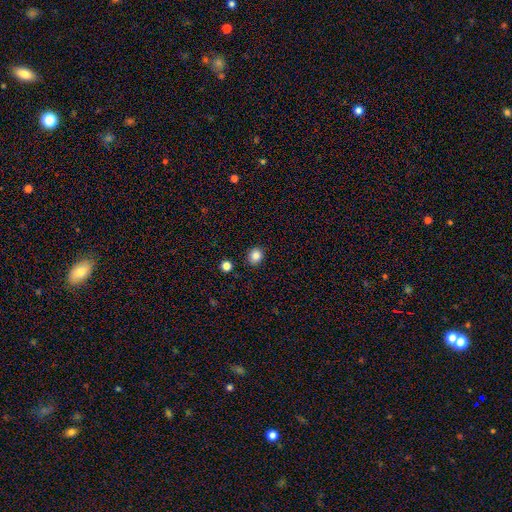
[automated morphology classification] Smooth or featured?
  - smooth: 85% *
  - star or artifact: 11%
  - featured or disk: 4%
How rounded?
  - round: 79% *
  - in between: 20%
  - cigar-shaped: 1%
Merging?
  - none: 88% *
  - minor disturbance: 8%
  - merger: 2%
  - major disturbance: 2%